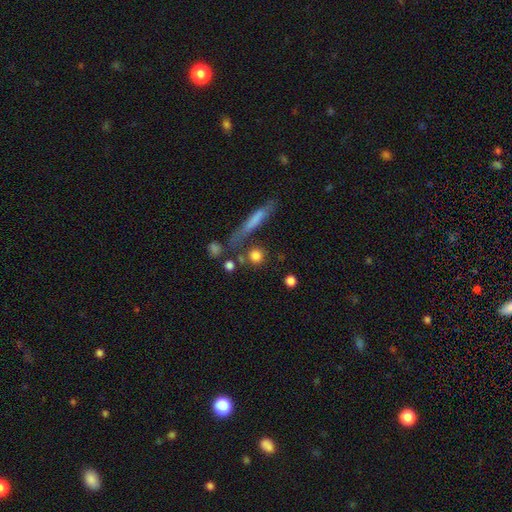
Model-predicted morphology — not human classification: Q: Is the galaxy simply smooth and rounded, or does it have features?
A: smooth — 79%.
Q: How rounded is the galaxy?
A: round — 79%.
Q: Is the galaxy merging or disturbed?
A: none — 72%.